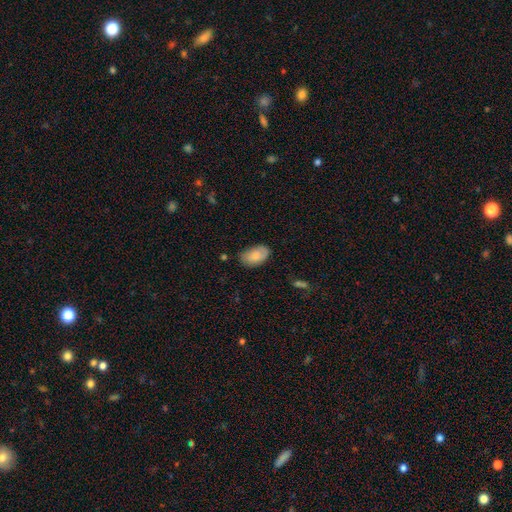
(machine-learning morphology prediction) smooth_or_featured: smooth (p=0.74) [alt: featured or disk p=0.19]
how_rounded: in between (p=0.93) [alt: round p=0.06]
merging: none (p=0.70) [alt: minor disturbance p=0.23]